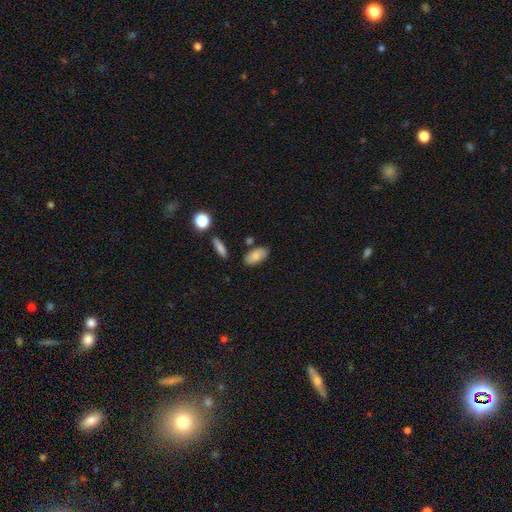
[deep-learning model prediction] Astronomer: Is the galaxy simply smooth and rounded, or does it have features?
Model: smooth — 78%.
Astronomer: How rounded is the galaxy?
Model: in between — 91%.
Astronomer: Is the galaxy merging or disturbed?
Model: none — 77%.